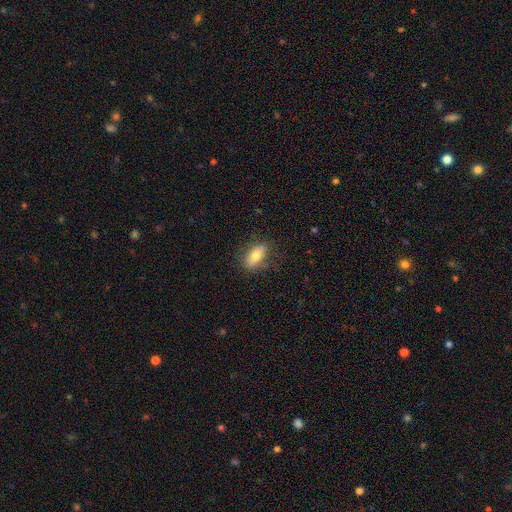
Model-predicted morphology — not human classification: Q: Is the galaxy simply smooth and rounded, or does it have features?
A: smooth — 71%.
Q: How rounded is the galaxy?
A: in between — 83%.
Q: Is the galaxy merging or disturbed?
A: none — 78%.